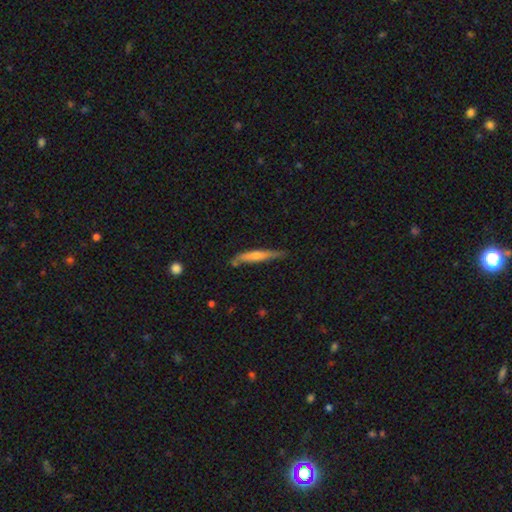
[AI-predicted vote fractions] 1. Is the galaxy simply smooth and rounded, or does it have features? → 58% smooth, 37% featured or disk, 6% star or artifact.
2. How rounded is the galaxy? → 93% cigar-shaped, 5% in between, 1% round.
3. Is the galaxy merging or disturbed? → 72% none, 20% minor disturbance, 5% merger, 3% major disturbance.